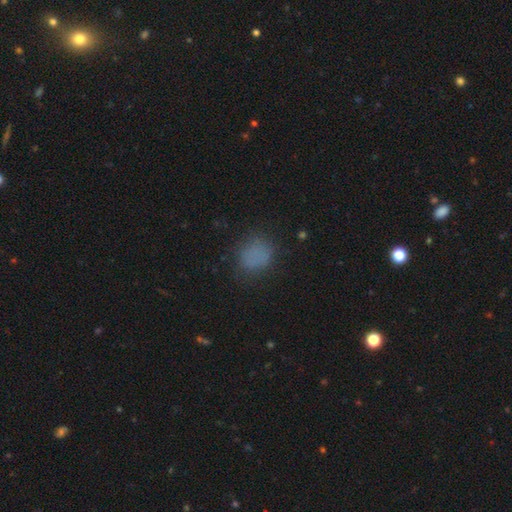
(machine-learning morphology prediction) type=smooth (75%); roundness=round (62%); merging=none (75%).